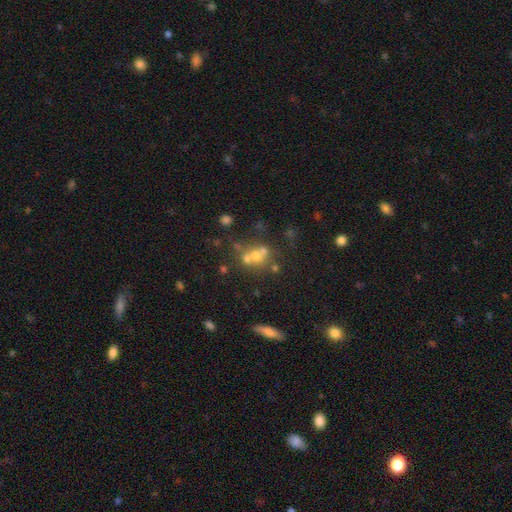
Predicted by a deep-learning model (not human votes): Smooth or featured?
  - smooth: 50% *
  - featured or disk: 28%
  - star or artifact: 23%
Merging?
  - merger: 47% *
  - none: 39%
  - minor disturbance: 9%
  - major disturbance: 5%